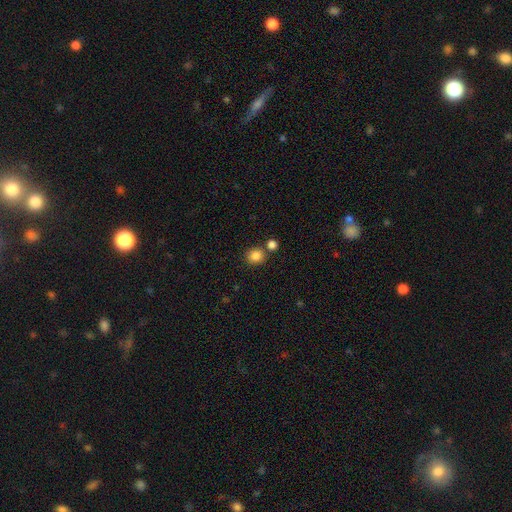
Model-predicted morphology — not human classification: Q: Smooth or featured?
A: smooth (86%); runner-up: star or artifact (10%)
Q: How rounded?
A: round (84%); runner-up: in between (15%)
Q: Merging?
A: none (74%); runner-up: merger (15%)